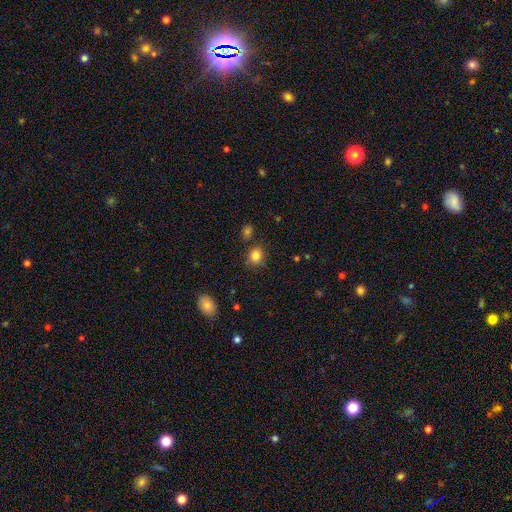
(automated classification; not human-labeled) This is clearly a smooth galaxy (83%). How rounded: likely round (80%). Merging: clearly none (82%).